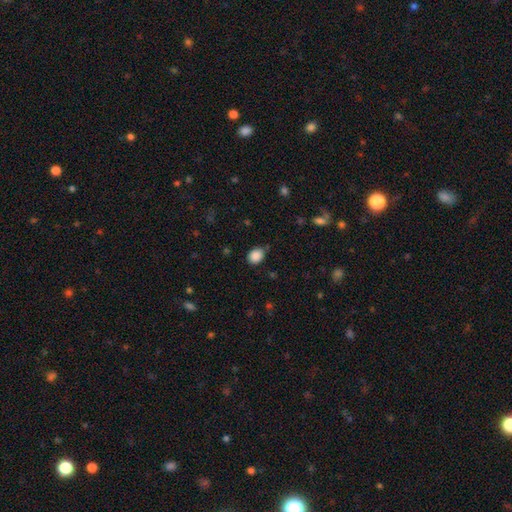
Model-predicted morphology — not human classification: smooth-or-featured: smooth: 88% | star or artifact: 9% | featured or disk: 3%
  how-rounded: in between: 52% | round: 47% | cigar-shaped: 1%
  merging: none: 75% | minor disturbance: 19% | major disturbance: 4% | merger: 2%